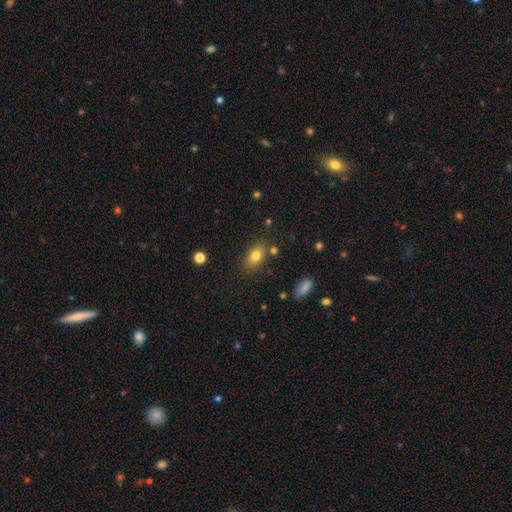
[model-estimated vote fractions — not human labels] The model was most divided on "merging": none: 78%, minor disturbance: 13%, merger: 5%, major disturbance: 4%. More confident: how rounded — in between (83%); smooth or featured — smooth (79%).